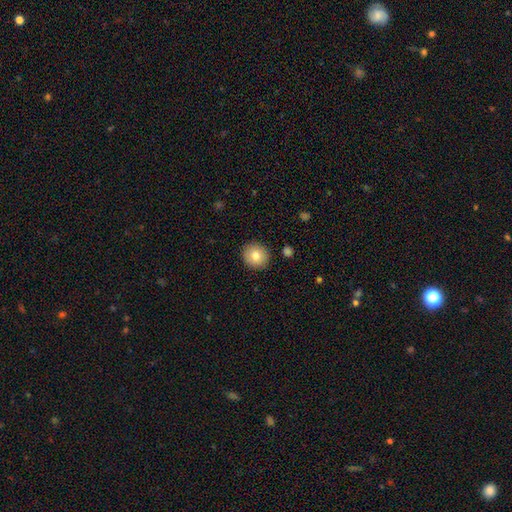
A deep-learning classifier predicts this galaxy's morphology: This is clearly a smooth galaxy (80%). How rounded: clearly round (92%). Merging: clearly none (91%).